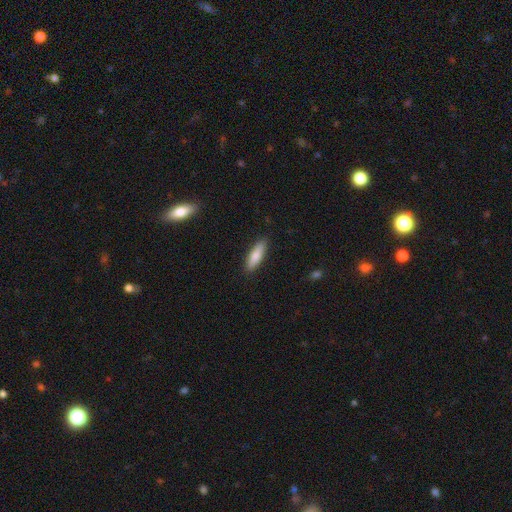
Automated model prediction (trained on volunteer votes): This is likely a smooth galaxy (79%). How rounded: possibly cigar-shaped (55%). Merging: clearly none (88%).